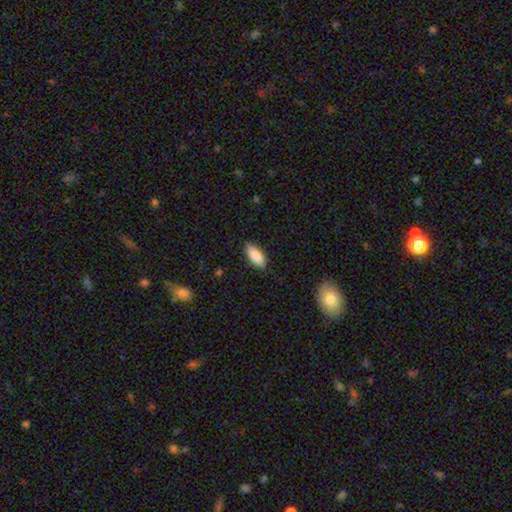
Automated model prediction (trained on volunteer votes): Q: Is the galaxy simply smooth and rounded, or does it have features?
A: smooth — 88%.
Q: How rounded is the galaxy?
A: in between — 86%.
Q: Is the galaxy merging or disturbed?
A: none — 83%.